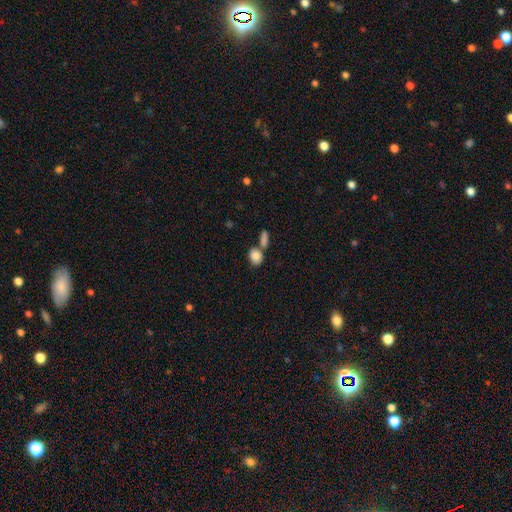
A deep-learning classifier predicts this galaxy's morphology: The model was most divided on "merging": none: 45%, merger: 39%, minor disturbance: 12%, major disturbance: 4%. More confident: smooth or featured — smooth (85%); how rounded — in between (60%).